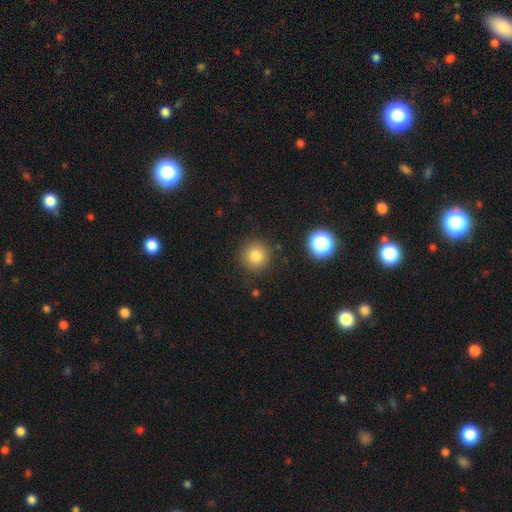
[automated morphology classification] type=smooth (81%); roundness=round (94%); merging=none (88%).